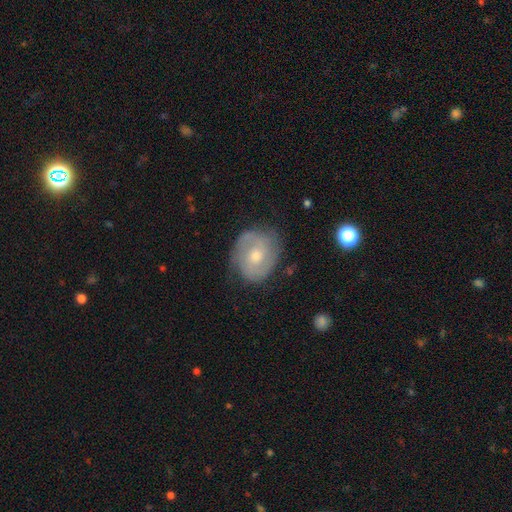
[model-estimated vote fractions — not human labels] Smooth or featured: featured or disk — 76% (smooth — 18%)
Edge-on disk: no — 97% (yes — 3%)
Bar: no — 58% (weak — 36%)
Spiral arms: yes — 91% (no — 9%)
Spiral winding: tight — 46% (medium — 42%)
Spiral arm count: 2 — 73% (can't tell — 15%)
Bulge size: moderate — 60% (small — 34%)
Merging: none — 76% (minor disturbance — 18%)